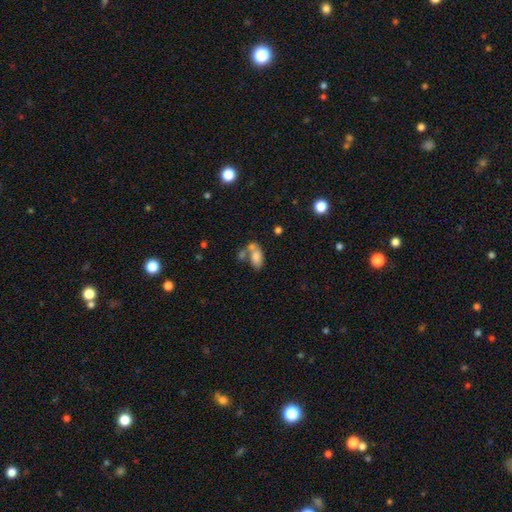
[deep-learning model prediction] Smooth or featured: smooth — 75% (featured or disk — 15%)
How rounded: in between — 90% (round — 5%)
Merging: merger — 48% (none — 31%)